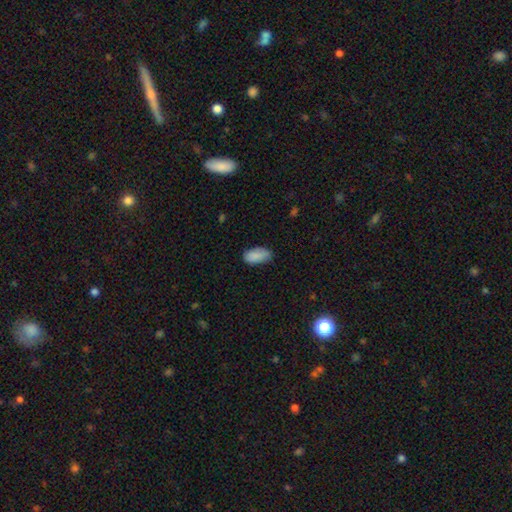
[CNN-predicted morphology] smooth 88%, star or artifact 7%, featured or disk 5%. Down the decision tree: how rounded — in between (94%); merging — none (73%).